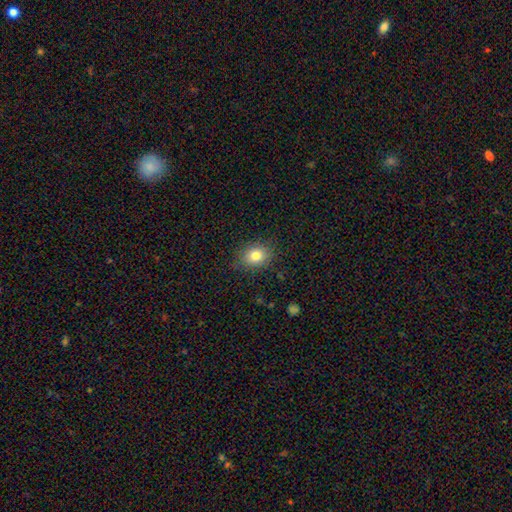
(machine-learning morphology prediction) The model was most divided on "how rounded": in between: 55%, round: 44%, cigar-shaped: 1%. More confident: merging — none (85%); smooth or featured — smooth (81%).